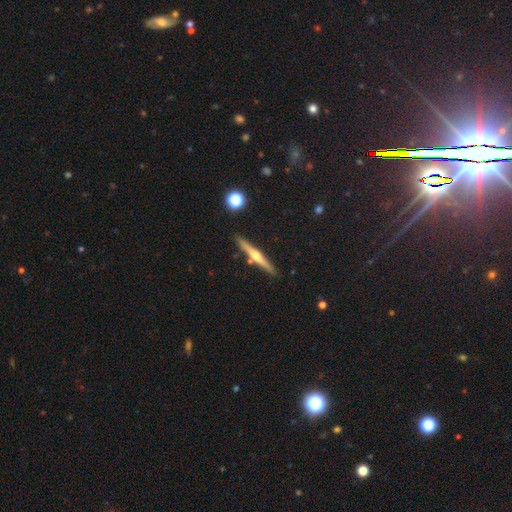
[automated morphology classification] This appears to be a featured or disk galaxy (67%) viewed edge-on (97%) with a rounded central bulge (87%). Merging: none (87%).